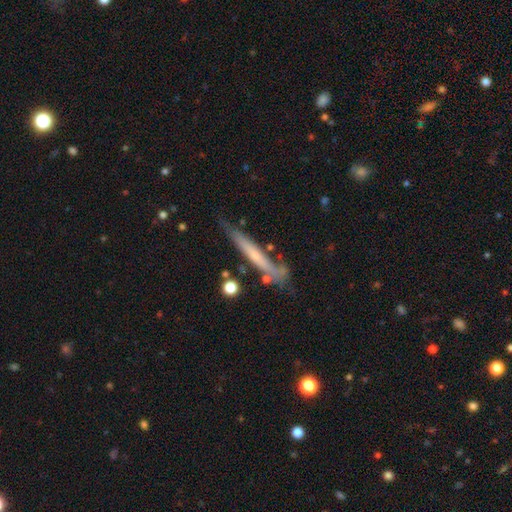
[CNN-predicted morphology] Smooth or featured? Predicted: featured or disk (p=0.52). Edge-on disk? Predicted: yes (p=0.84). Merging? Predicted: none (p=0.59).